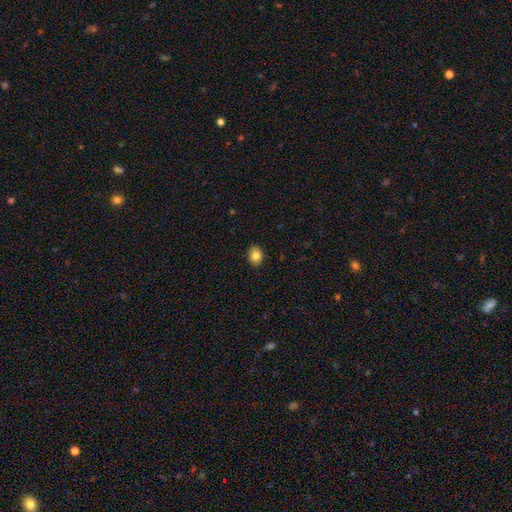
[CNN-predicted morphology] Q: Smooth or featured?
A: smooth (83%); runner-up: star or artifact (10%)
Q: How rounded?
A: round (51%); runner-up: in between (48%)
Q: Merging?
A: none (90%); runner-up: minor disturbance (8%)